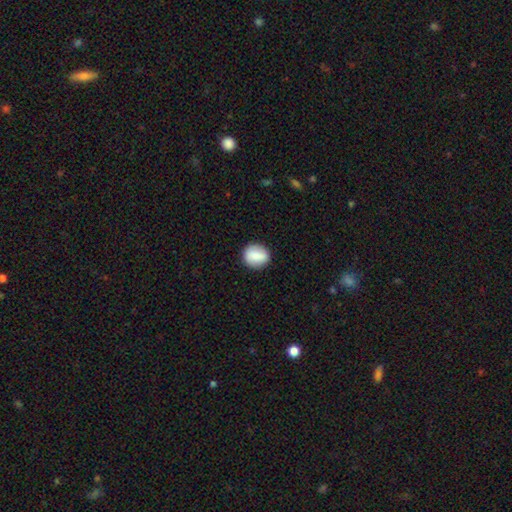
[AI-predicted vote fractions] Morphology: type=smooth (82%); roundness=round (74%); merging=none (86%).